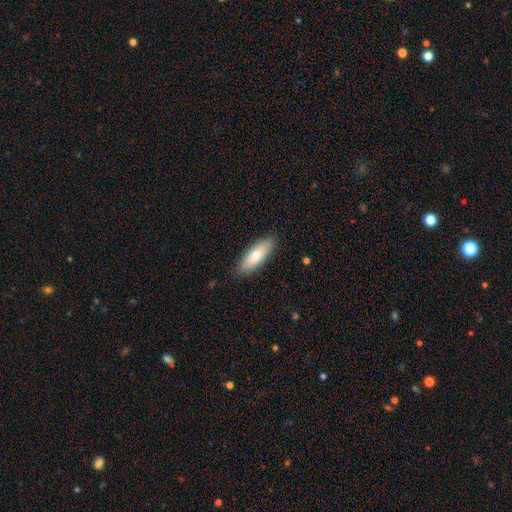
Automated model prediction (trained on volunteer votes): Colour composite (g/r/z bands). It shows a smooth galaxy with no disk features (76%) that is in between round and cigar-shaped (58%). Merging: none (88%).